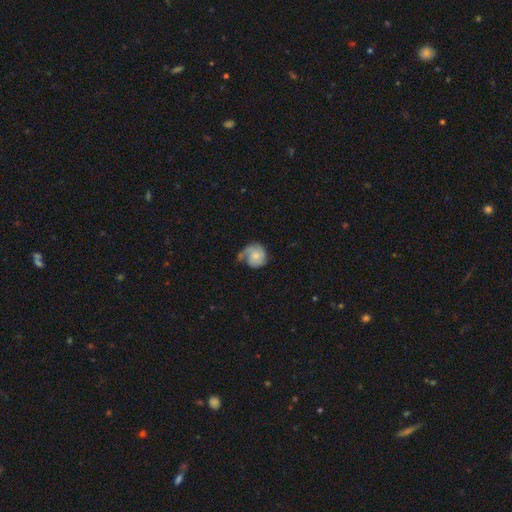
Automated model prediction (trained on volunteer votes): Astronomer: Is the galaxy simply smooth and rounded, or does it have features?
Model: featured or disk — 56% (runner-up: smooth, 38%).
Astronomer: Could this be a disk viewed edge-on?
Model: no — 98%.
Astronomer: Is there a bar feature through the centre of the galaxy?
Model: no — 78%.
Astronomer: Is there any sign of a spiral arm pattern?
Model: yes — 87%.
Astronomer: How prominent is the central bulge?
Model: small — 50% (runner-up: moderate, 37%).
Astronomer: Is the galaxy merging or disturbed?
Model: none — 43% (runner-up: minor disturbance, 28%).